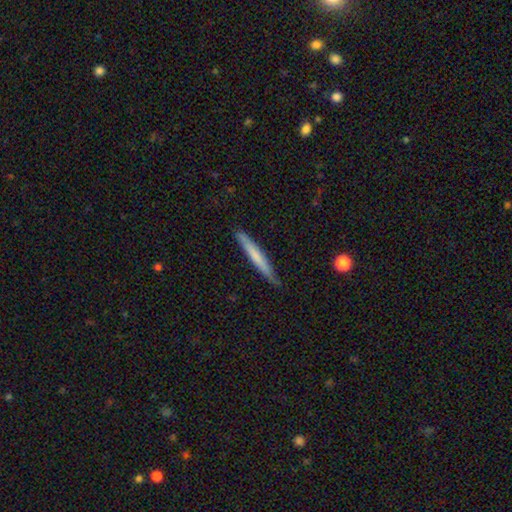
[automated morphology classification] Q: Smooth or featured?
A: smooth (61%); runner-up: featured or disk (34%)
Q: How rounded?
A: cigar-shaped (96%); runner-up: in between (3%)
Q: Merging?
A: none (83%); runner-up: minor disturbance (14%)